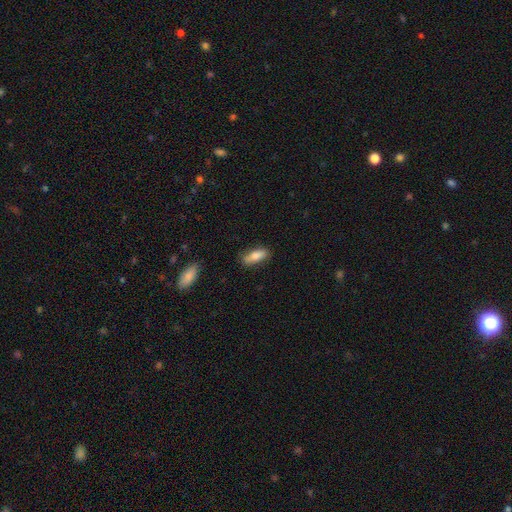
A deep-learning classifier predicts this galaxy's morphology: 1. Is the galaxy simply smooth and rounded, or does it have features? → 79% smooth, 14% featured or disk, 6% star or artifact.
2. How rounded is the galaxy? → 64% in between, 33% cigar-shaped, 2% round.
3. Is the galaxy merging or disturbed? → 81% none, 15% minor disturbance, 3% major disturbance, 2% merger.